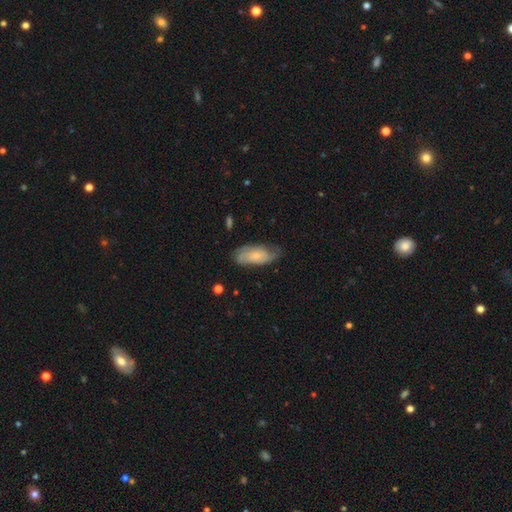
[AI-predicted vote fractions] Smooth or featured? Predicted: featured or disk (p=0.50). Edge-on disk? Predicted: no (p=0.91). Merging? Predicted: none (p=0.61).